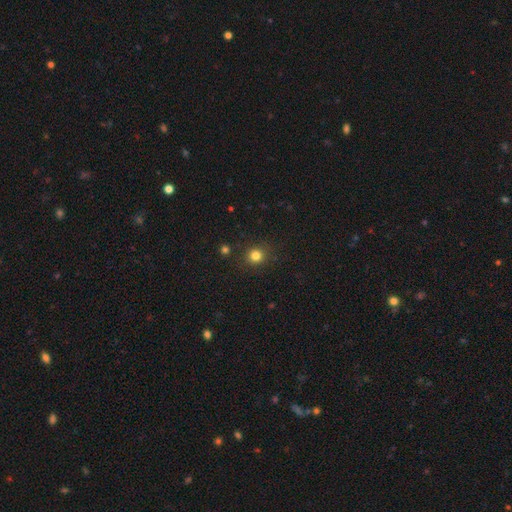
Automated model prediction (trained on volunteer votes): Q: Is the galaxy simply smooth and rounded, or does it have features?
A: smooth — 81%.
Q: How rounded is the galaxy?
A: round — 88%.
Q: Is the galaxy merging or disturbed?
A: none — 88%.